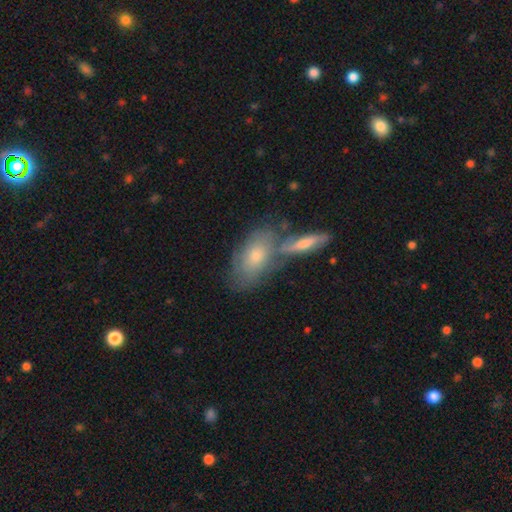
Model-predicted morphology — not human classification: smooth 59%, featured or disk 35%, star or artifact 7%. Down the decision tree: how rounded — in between (86%); merging — none (45%).